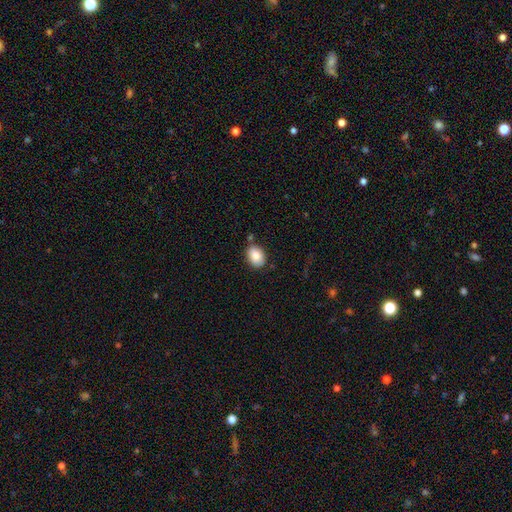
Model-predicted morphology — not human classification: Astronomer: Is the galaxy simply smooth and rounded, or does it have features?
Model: smooth — 84%.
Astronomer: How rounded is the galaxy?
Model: in between — 72%.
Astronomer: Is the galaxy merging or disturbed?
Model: none — 77%.